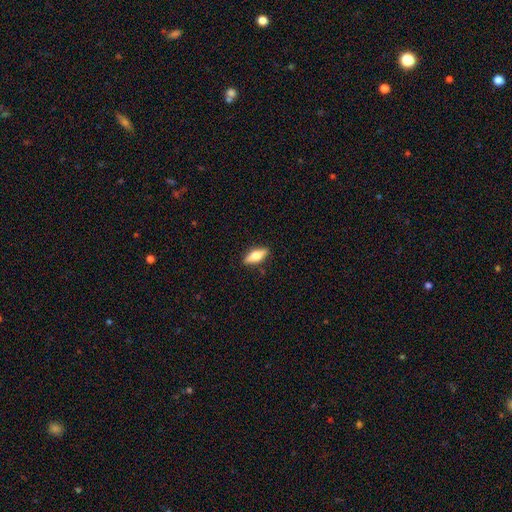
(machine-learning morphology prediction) smooth_or_featured: smooth (p=0.60) [alt: featured or disk p=0.34]
how_rounded: in between (p=0.68) [alt: cigar-shaped p=0.29]
merging: none (p=0.88) [alt: minor disturbance p=0.09]